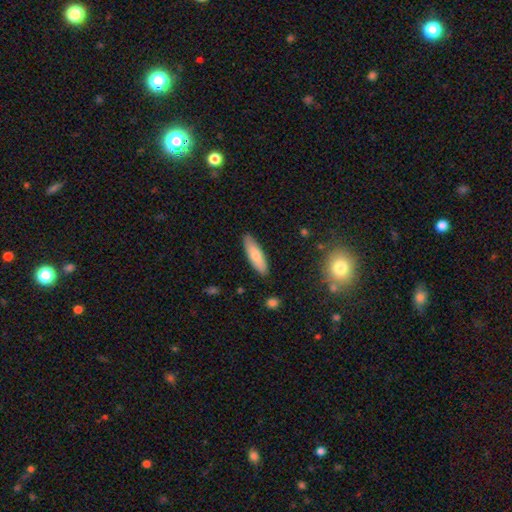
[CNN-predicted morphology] The model was most divided on "how rounded": cigar-shaped: 57%, in between: 42%, round: 2%. More confident: merging — none (87%); smooth or featured — smooth (76%).